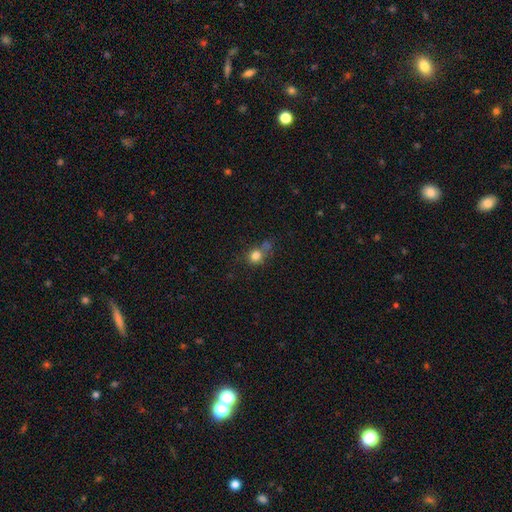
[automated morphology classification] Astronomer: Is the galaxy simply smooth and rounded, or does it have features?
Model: smooth — 79%.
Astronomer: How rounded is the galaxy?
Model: round — 78%.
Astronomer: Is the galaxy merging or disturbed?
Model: none — 53%.